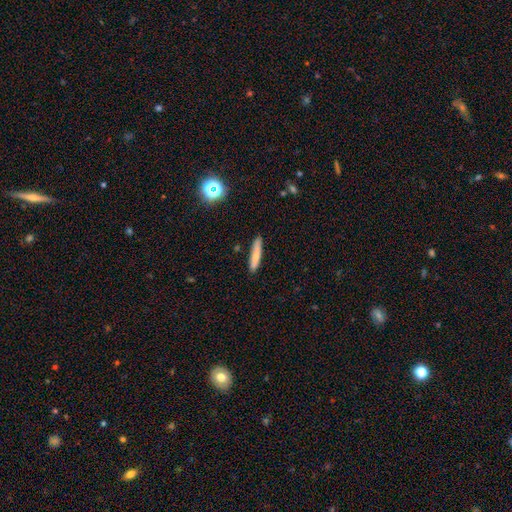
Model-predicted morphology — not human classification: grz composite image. It shows a smooth galaxy with no disk features (72%) that is cigar-shaped (88%). Merging: none (87%).